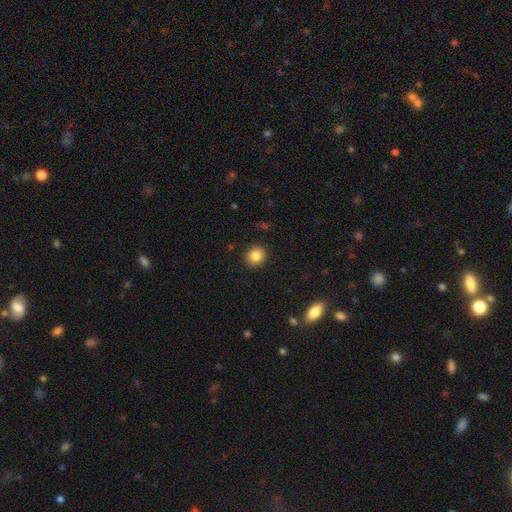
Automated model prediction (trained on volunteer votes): Q: Smooth or featured?
A: smooth (84%); runner-up: star or artifact (9%)
Q: How rounded?
A: round (70%); runner-up: in between (29%)
Q: Merging?
A: none (91%); runner-up: minor disturbance (6%)